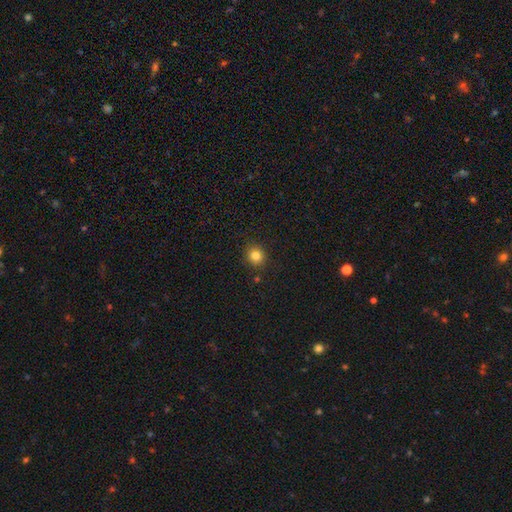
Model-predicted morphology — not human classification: Smooth or featured?
  - smooth: 82% *
  - star or artifact: 12%
  - featured or disk: 6%
How rounded?
  - round: 86% *
  - in between: 13%
  - cigar-shaped: 1%
Merging?
  - none: 89% *
  - minor disturbance: 7%
  - major disturbance: 2%
  - merger: 2%